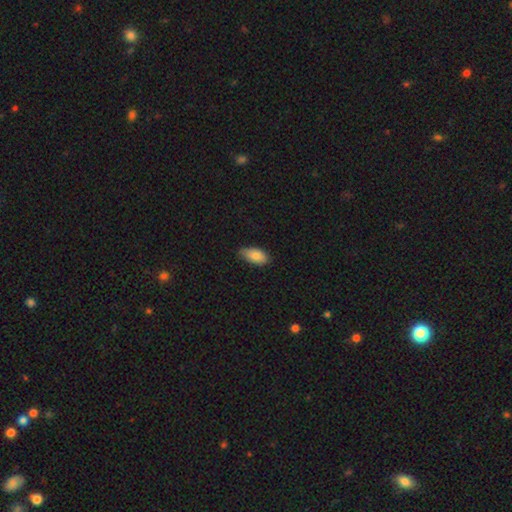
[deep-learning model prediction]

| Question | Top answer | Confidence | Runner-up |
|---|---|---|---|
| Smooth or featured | smooth | 83% | featured or disk (10%) |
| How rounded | in between | 93% | cigar-shaped (4%) |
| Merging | none | 74% | minor disturbance (22%) |